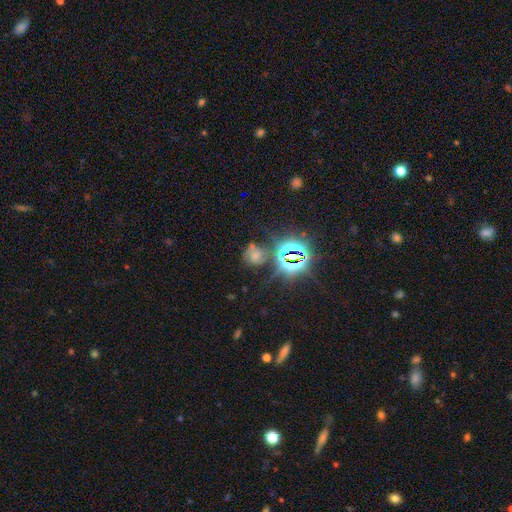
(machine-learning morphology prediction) Smooth or featured? star or artifact (45%)